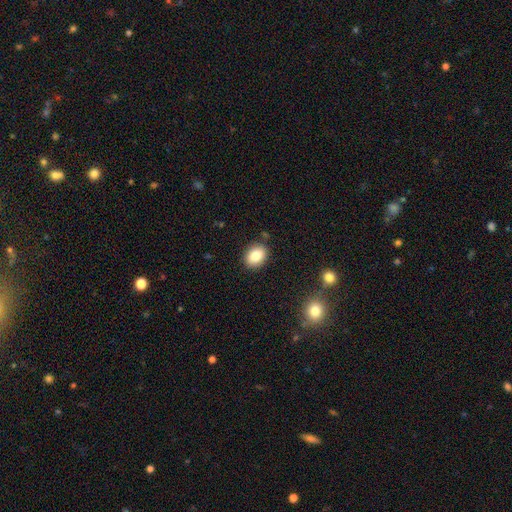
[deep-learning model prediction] Q: Smooth or featured?
A: smooth (82%); runner-up: star or artifact (9%)
Q: How rounded?
A: in between (61%); runner-up: round (38%)
Q: Merging?
A: none (87%); runner-up: minor disturbance (9%)